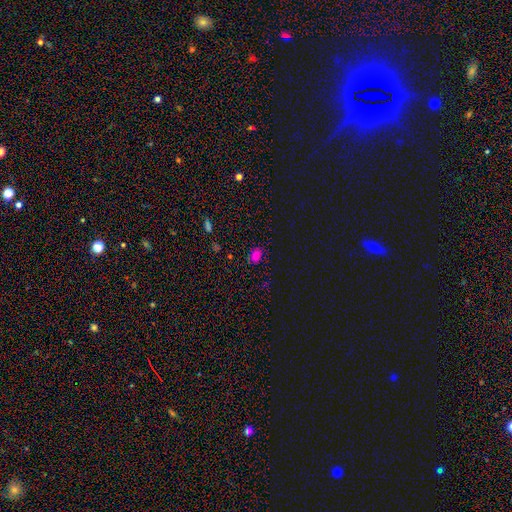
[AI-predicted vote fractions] Smooth or featured: smooth — 74% (star or artifact — 21%)
How rounded: in between — 72% (round — 27%)
Merging: none — 83% (minor disturbance — 12%)